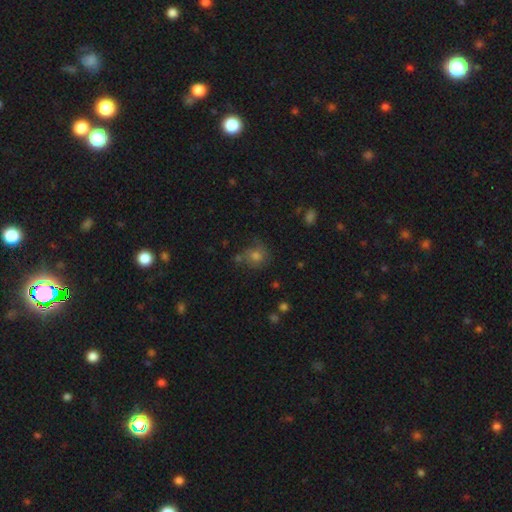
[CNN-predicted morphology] The model was most divided on "merging": none: 62%, minor disturbance: 21%, merger: 10%, major disturbance: 8%. More confident: how rounded — round (80%); smooth or featured — smooth (71%).